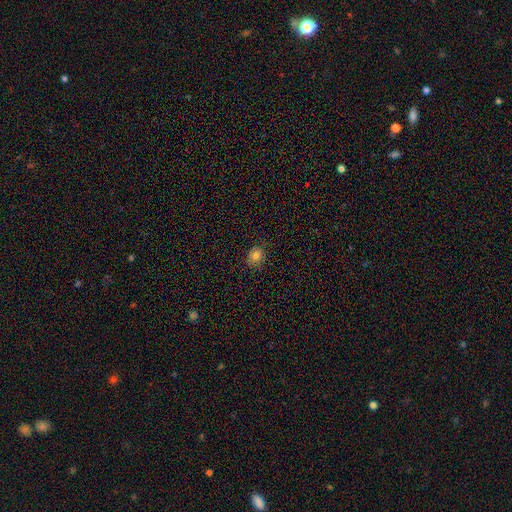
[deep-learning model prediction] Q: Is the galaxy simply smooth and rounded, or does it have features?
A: smooth — 78%.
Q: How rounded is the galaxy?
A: round — 64%.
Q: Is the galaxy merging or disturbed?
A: none — 82%.